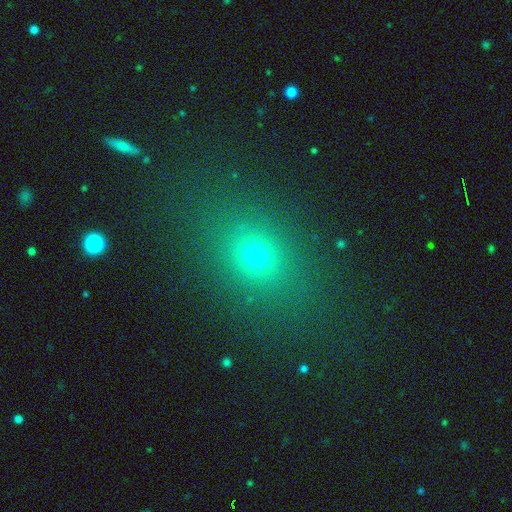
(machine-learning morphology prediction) Overall: smooth (64%; star or artifact 26%). How rounded: round (51%; in between 46%). Merging: none (86%).